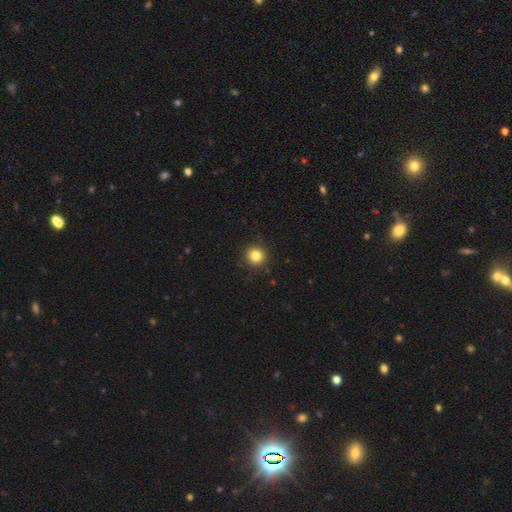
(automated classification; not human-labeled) smooth-or-featured: smooth: 83% | star or artifact: 12% | featured or disk: 5%
  how-rounded: round: 94% | in between: 5% | cigar-shaped: 1%
  merging: none: 91% | minor disturbance: 6% | major disturbance: 2% | merger: 1%